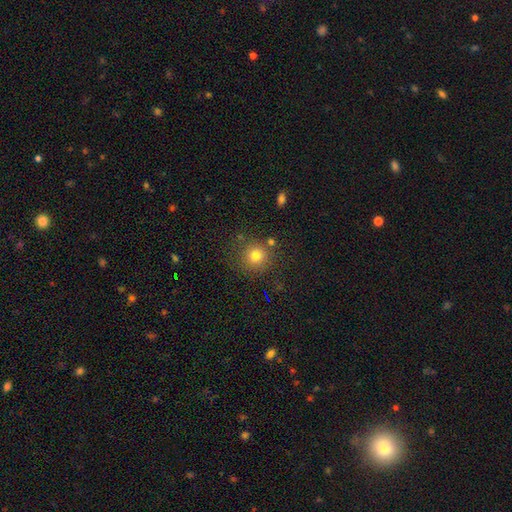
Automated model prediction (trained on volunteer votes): The model was most divided on "smooth or featured": smooth: 78%, star or artifact: 14%, featured or disk: 8%. More confident: how rounded — round (92%); merging — none (81%).